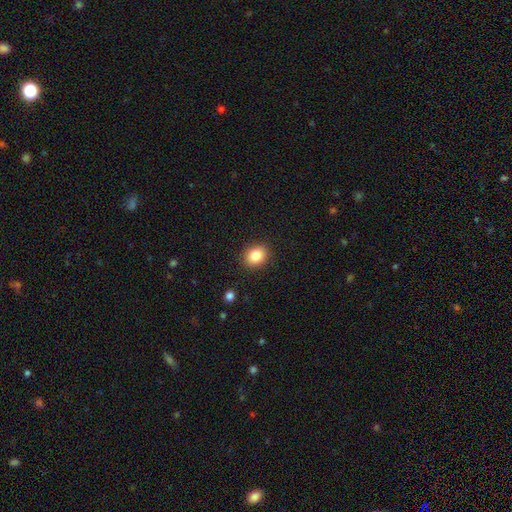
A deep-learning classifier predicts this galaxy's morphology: smooth 84%, star or artifact 10%, featured or disk 6%. Down the decision tree: how rounded — round (59%); merging — none (90%).